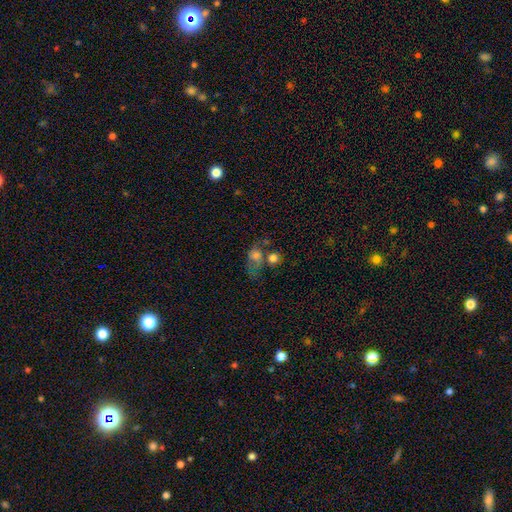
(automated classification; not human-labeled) smooth 67%, featured or disk 18%, star or artifact 14%. Down the decision tree: how rounded — round (51%); merging — merger (39%).